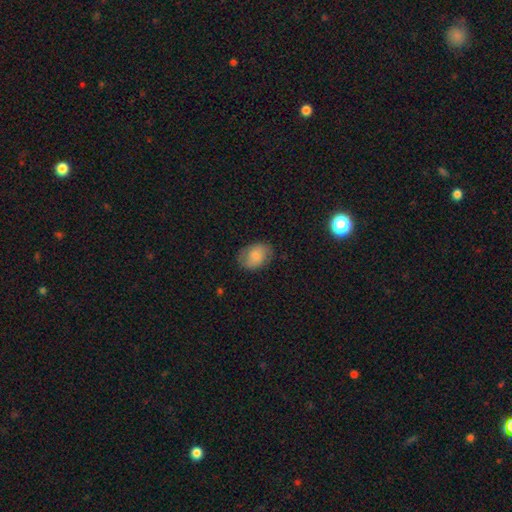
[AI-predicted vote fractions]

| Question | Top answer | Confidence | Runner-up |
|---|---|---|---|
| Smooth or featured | smooth | 75% | featured or disk (18%) |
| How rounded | in between | 78% | round (21%) |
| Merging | none | 78% | minor disturbance (17%) |